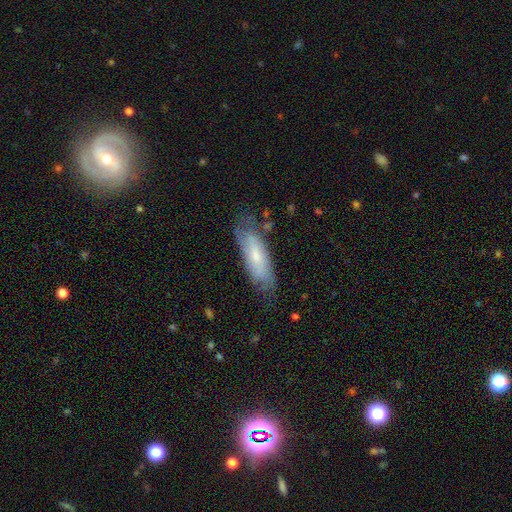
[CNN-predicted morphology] Q: Smooth or featured?
A: smooth (51%); runner-up: featured or disk (42%)
Q: How rounded?
A: in between (57%); runner-up: cigar-shaped (41%)
Q: Merging?
A: none (66%); runner-up: minor disturbance (24%)